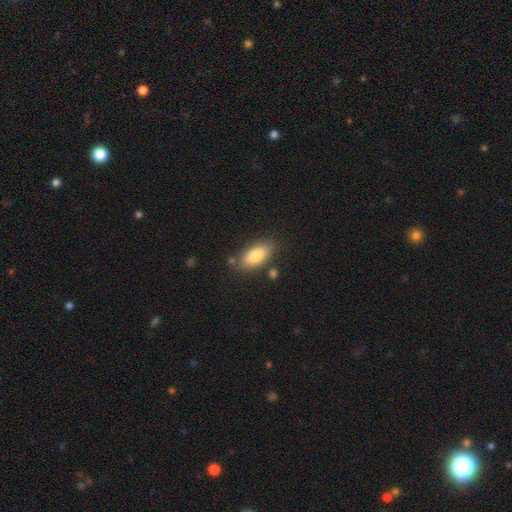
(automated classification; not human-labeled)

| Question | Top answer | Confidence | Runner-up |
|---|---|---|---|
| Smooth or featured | smooth | 81% | featured or disk (12%) |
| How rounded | in between | 88% | cigar-shaped (9%) |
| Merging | none | 79% | minor disturbance (13%) |